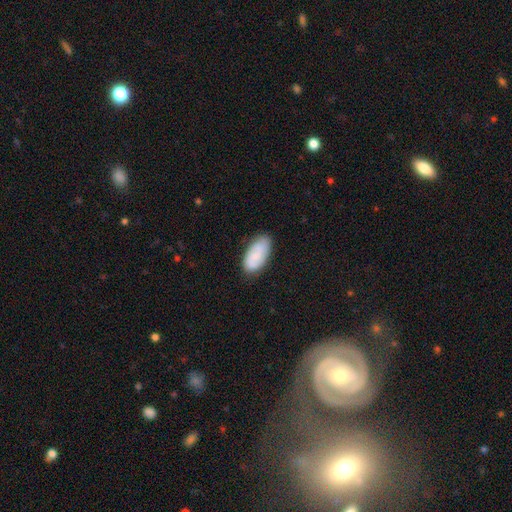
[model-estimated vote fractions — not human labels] Morphology: type=smooth (62%); roundness=in between (93%); merging=none (77%).